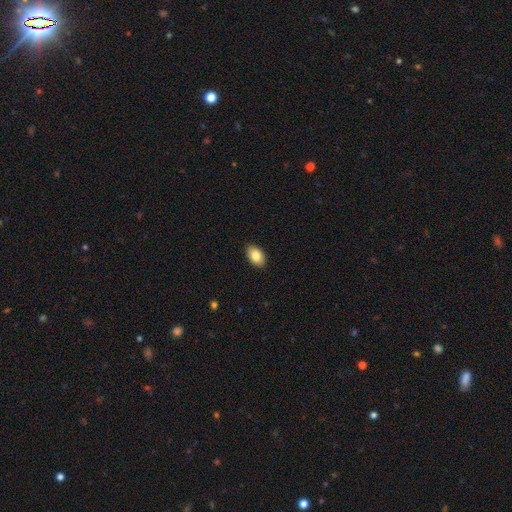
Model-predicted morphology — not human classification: A smooth galaxy with no disk features (85%) that is in between round and cigar-shaped (90%).

Vote fractions:
- Smooth or featured? smooth: 85% / featured or disk: 8% / star or artifact: 7%
- How rounded? in between: 90% / round: 9% / cigar-shaped: 1%
- Merging? none: 89% / minor disturbance: 8% / major disturbance: 2% / merger: 1%